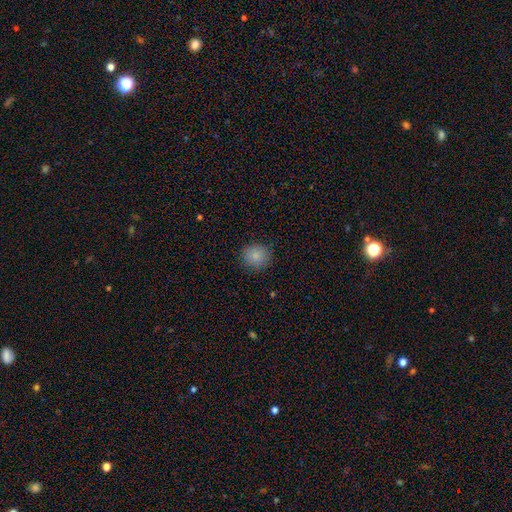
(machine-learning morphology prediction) type=smooth (85%); roundness=round (87%); merging=none (87%).